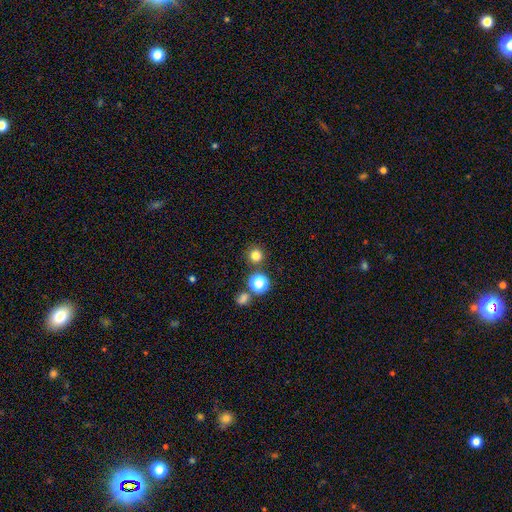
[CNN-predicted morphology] The model was most divided on "smooth or featured": smooth: 78%, star or artifact: 17%, featured or disk: 5%. More confident: how rounded — round (95%); merging — none (85%).